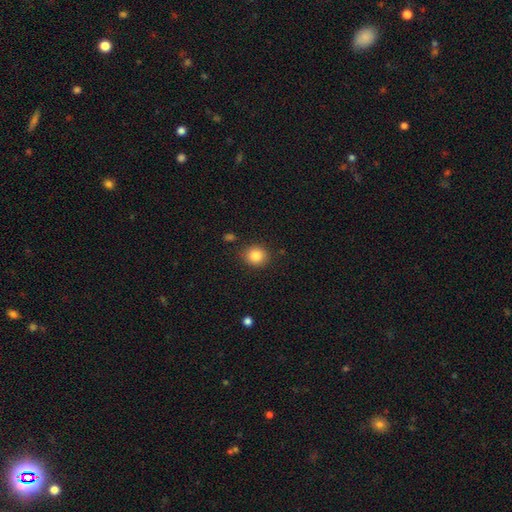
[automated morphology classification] Overall: smooth (85%). How rounded: round (82%). Merging: none (87%).